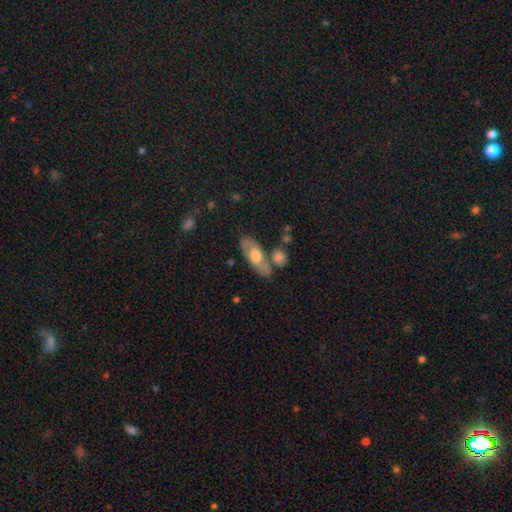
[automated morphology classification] Overall: featured or disk (55%; smooth 39%). Edge-on disk: no (72%). Merging: none (63%).